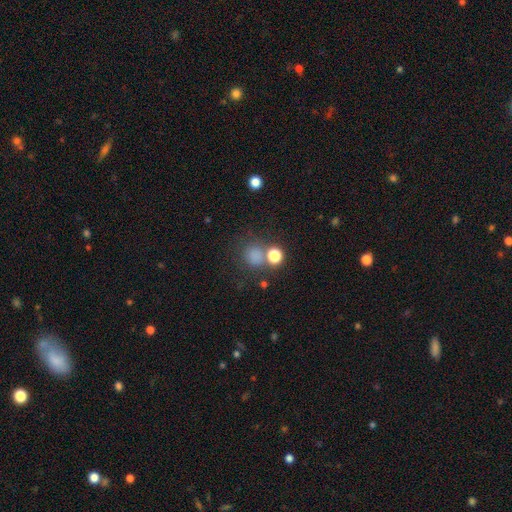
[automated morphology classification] smooth_or_featured: smooth (p=0.74) [alt: star or artifact p=0.20]
how_rounded: round (p=0.86) [alt: in between p=0.13]
merging: none (p=0.64) [alt: merger p=0.17]